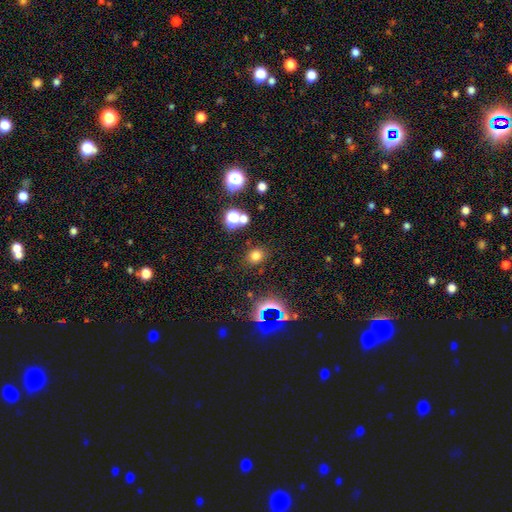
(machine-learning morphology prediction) A smooth galaxy with no disk features (71%) that is round (71%).

Vote fractions:
- Smooth or featured? smooth: 71% / star or artifact: 22% / featured or disk: 7%
- How rounded? round: 71% / in between: 28% / cigar-shaped: 1%
- Merging? none: 83% / minor disturbance: 9% / merger: 5% / major disturbance: 4%